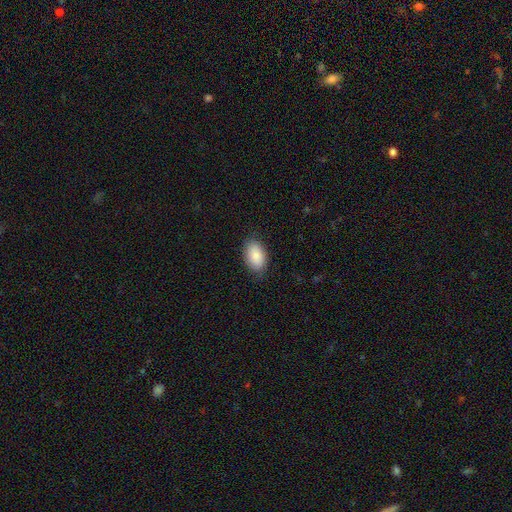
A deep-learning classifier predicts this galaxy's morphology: Smooth or featured?
  - smooth: 87% *
  - featured or disk: 7%
  - star or artifact: 6%
How rounded?
  - in between: 93% *
  - round: 6%
  - cigar-shaped: 1%
Merging?
  - none: 82% *
  - minor disturbance: 14%
  - major disturbance: 3%
  - merger: 1%